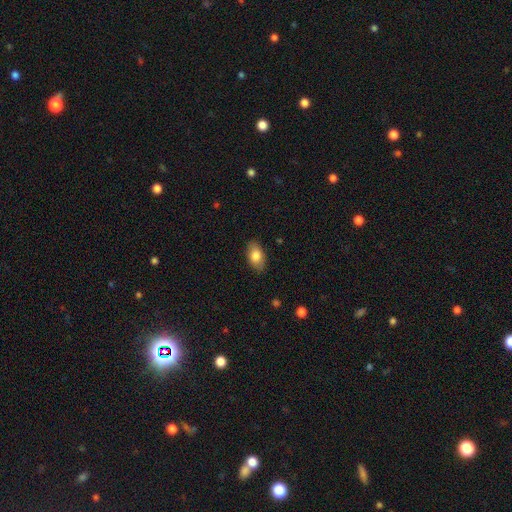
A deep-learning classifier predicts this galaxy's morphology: This is clearly a smooth galaxy (82%). How rounded: clearly in between (91%). Merging: clearly none (86%).